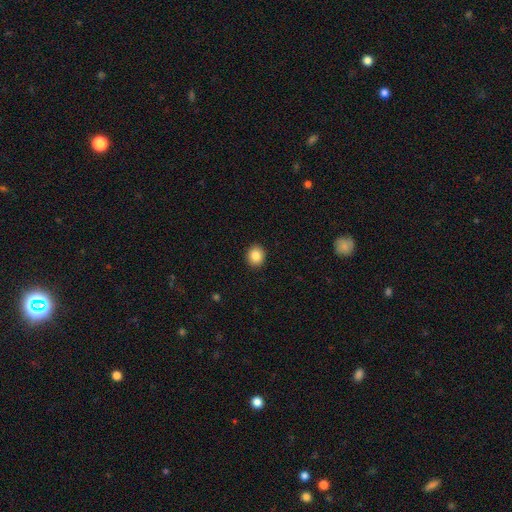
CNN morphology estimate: Overall: smooth (85%). How rounded: round (75%). Merging: none (92%).